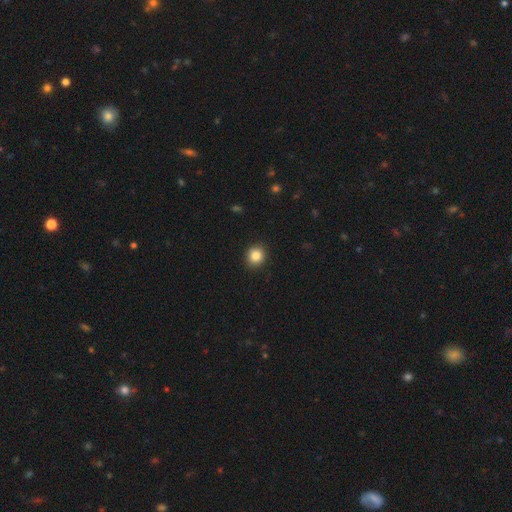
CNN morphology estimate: smooth 85%, star or artifact 10%, featured or disk 5%. Down the decision tree: how rounded — round (86%); merging — none (92%).